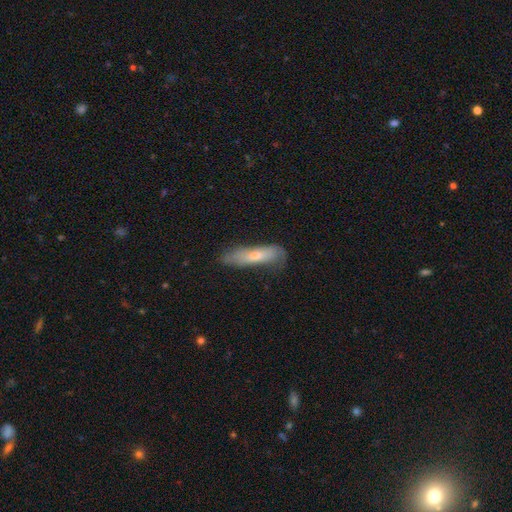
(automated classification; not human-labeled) Smooth or featured: smooth — 64% (featured or disk — 29%)
How rounded: cigar-shaped — 73% (in between — 26%)
Merging: none — 56% (minor disturbance — 29%)